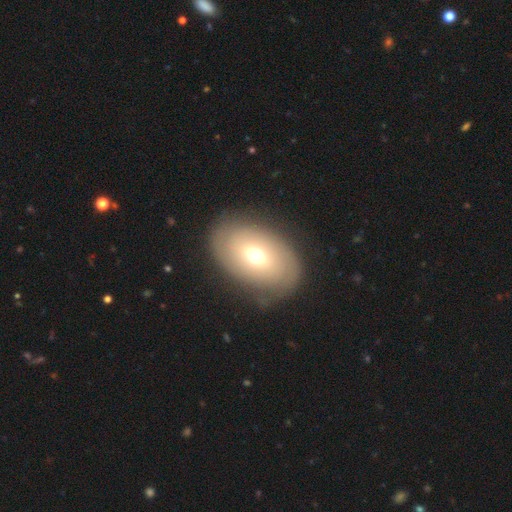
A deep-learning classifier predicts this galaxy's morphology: The model was most divided on "smooth or featured": smooth: 59%, featured or disk: 32%, star or artifact: 10%. More confident: how rounded — in between (83%); merging — none (77%).